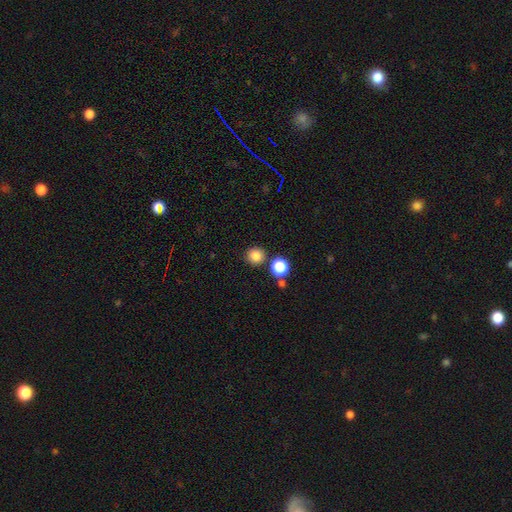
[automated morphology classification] type=smooth (83%); roundness=round (92%); merging=none (83%).